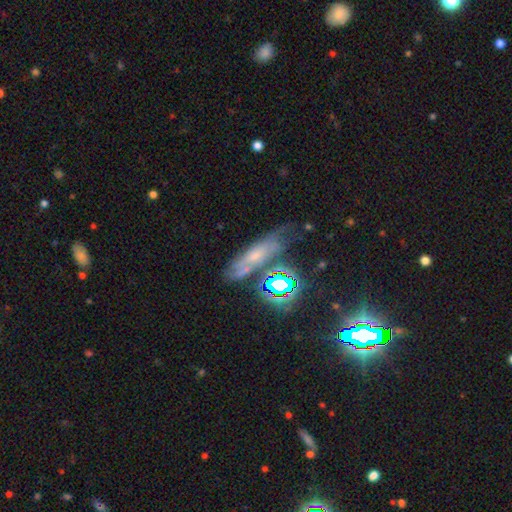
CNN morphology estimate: Smooth or featured? Predicted: smooth (p=0.39). Merging? Predicted: none (p=0.54).